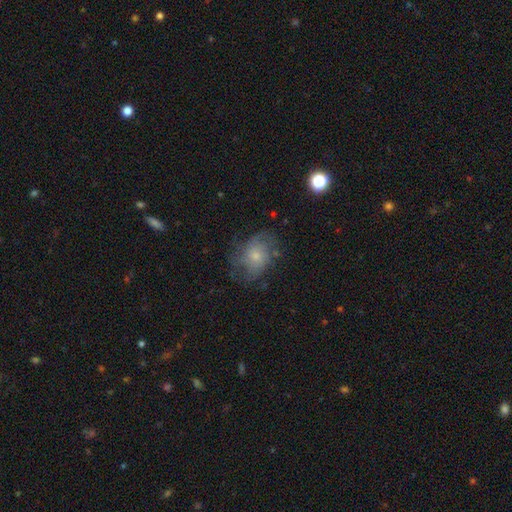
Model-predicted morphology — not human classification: Smooth or featured?
  - featured or disk: 50% *
  - smooth: 40%
  - star or artifact: 10%
Edge-on disk?
  - no: 96% *
  - yes: 4%
Merging?
  - none: 57% *
  - minor disturbance: 24%
  - major disturbance: 17%
  - merger: 2%